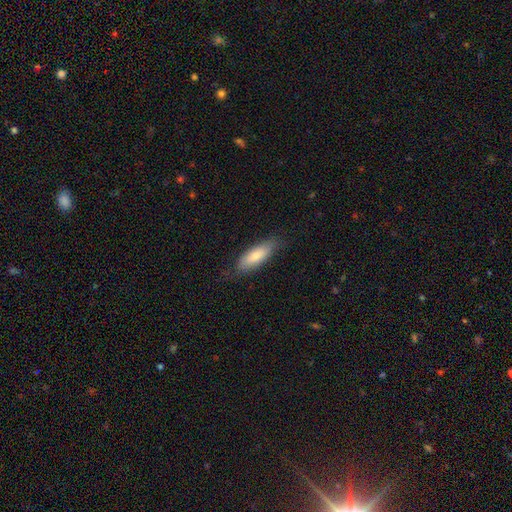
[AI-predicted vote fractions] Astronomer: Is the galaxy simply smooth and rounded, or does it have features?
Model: smooth — 73%.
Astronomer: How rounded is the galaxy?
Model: in between — 67%.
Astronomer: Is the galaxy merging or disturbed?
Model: none — 73%.